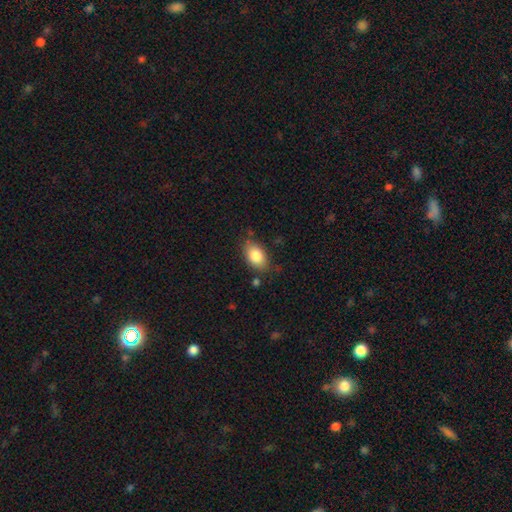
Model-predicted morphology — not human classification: Smooth or featured? smooth (84%)
How rounded? in between (88%)
Merging? none (78%)